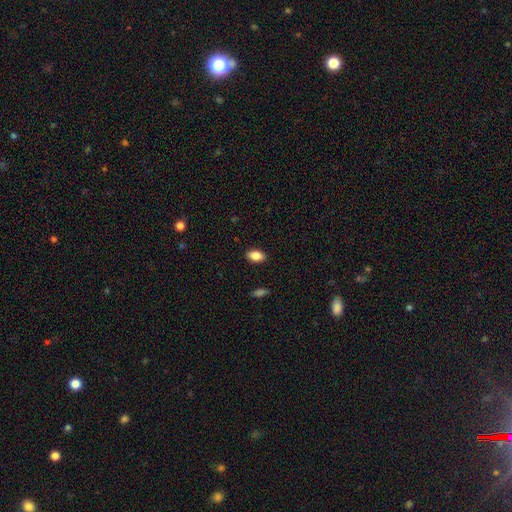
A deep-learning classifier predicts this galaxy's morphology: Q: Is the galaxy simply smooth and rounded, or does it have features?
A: smooth — 86%.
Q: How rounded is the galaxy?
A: in between — 91%.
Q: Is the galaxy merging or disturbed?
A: none — 89%.